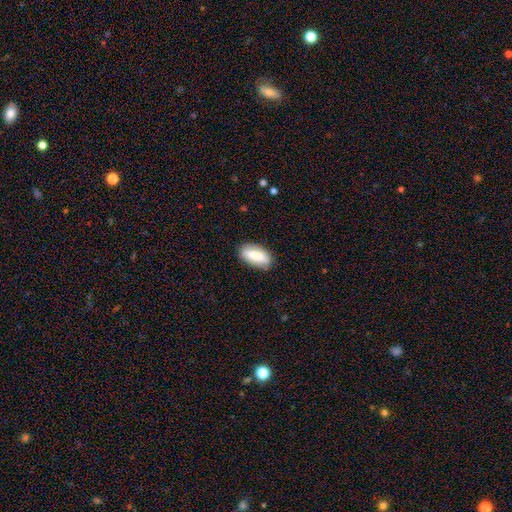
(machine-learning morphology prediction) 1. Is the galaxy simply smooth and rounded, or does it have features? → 73% smooth, 20% featured or disk, 6% star or artifact.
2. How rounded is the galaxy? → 86% in between, 11% cigar-shaped, 3% round.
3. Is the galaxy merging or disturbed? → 84% none, 12% minor disturbance, 3% major disturbance, 1% merger.